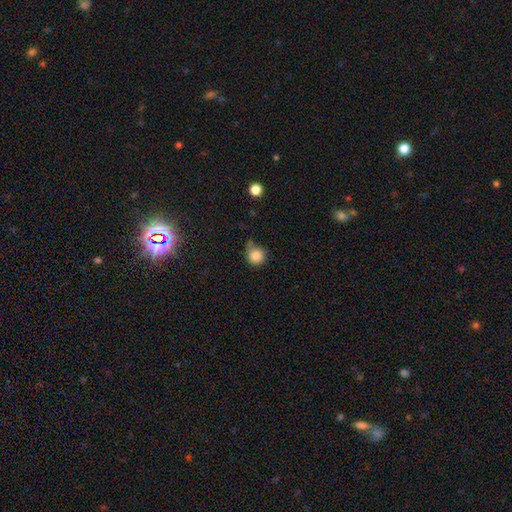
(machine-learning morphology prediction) A smooth galaxy with no disk features (84%) that is round (90%). Merging: none (56%).